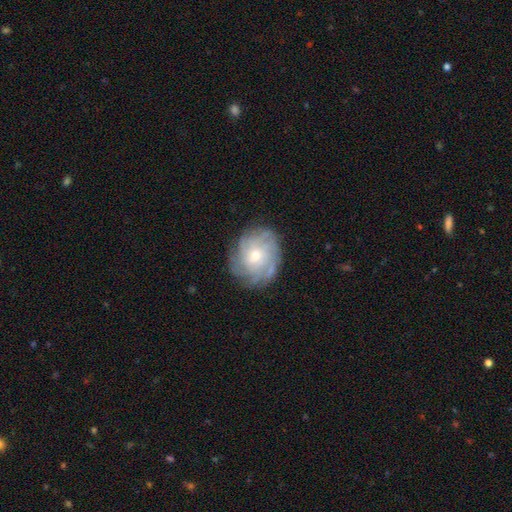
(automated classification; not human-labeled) A featured or disk galaxy (66%) with no bar (74%), tight (63%) spiral arms (82%) and a moderate central bulge (54%). Merging: none (78%).